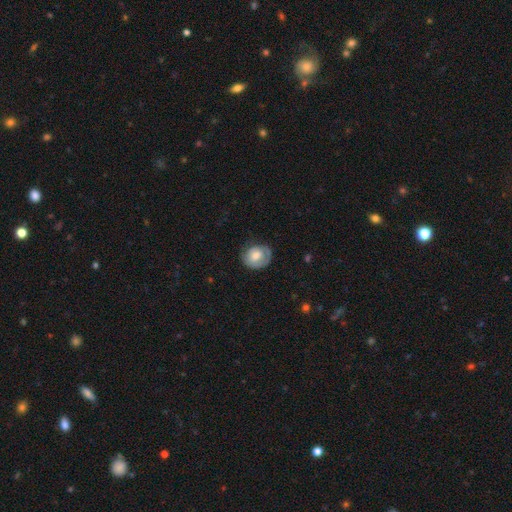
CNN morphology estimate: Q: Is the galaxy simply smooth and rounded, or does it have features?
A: smooth — 53%.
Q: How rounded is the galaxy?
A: round — 65%.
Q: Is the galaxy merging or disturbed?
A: none — 66%.